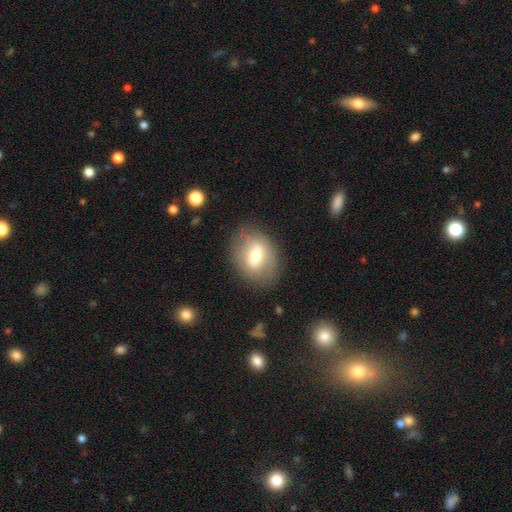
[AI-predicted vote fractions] A smooth galaxy with no disk features (59%) that is in between round and cigar-shaped (66%). Merging: none (76%).